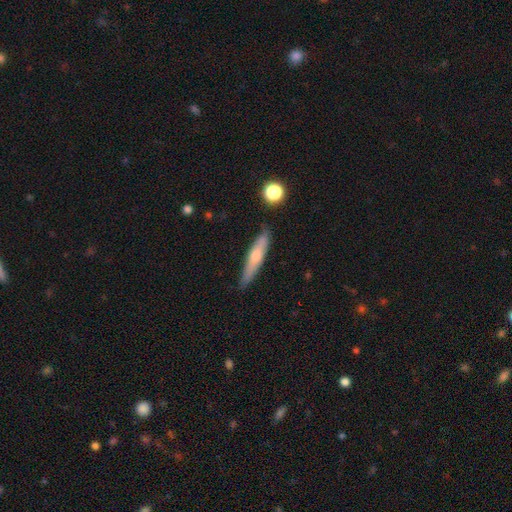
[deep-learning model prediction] smooth-or-featured: smooth: 55% | featured or disk: 39% | star or artifact: 6%
  how-rounded: cigar-shaped: 86% | in between: 12% | round: 2%
  merging: none: 83% | minor disturbance: 13% | major disturbance: 2% | merger: 2%